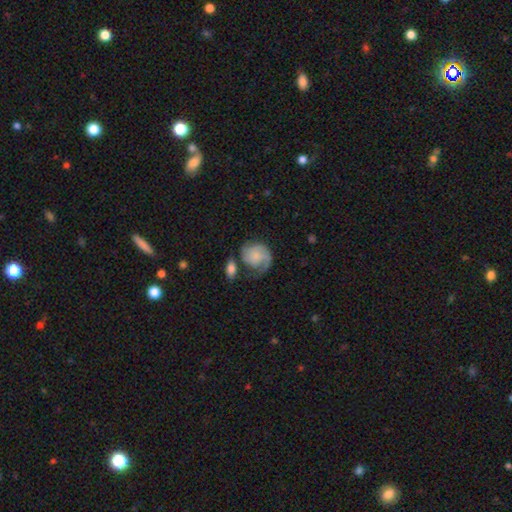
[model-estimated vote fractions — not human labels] smooth-or-featured: featured or disk: 58% | smooth: 36% | star or artifact: 7%
  disk-edge-on: no: 98% | yes: 2%
    bar: no: 72% | weak: 24% | strong: 4%
    has-spiral-arms: yes: 88% | no: 12%
    bulge-size: small: 45% | none: 30% | moderate: 18% | large: 5% | dominant: 2%
  merging: none: 41% | minor disturbance: 24% | major disturbance: 23% | merger: 12%